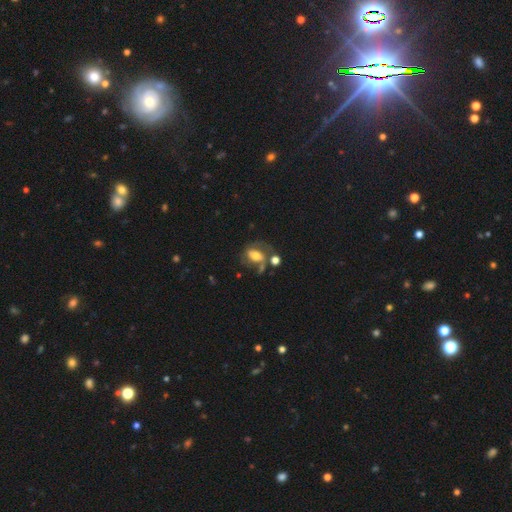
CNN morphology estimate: Smooth or featured? featured or disk (51%)
Edge-on disk? no (95%)
Merging? none (37%)